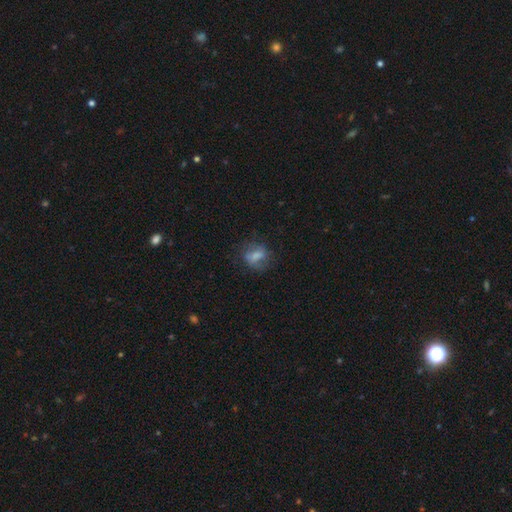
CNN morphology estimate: type=smooth (56%); roundness=in between (50%); merging=none (59%).